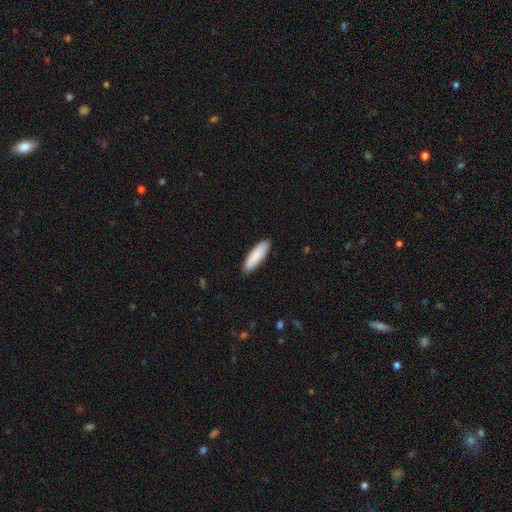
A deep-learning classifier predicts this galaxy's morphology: type=smooth (89%); roundness=cigar-shaped (56%); merging=none (90%).